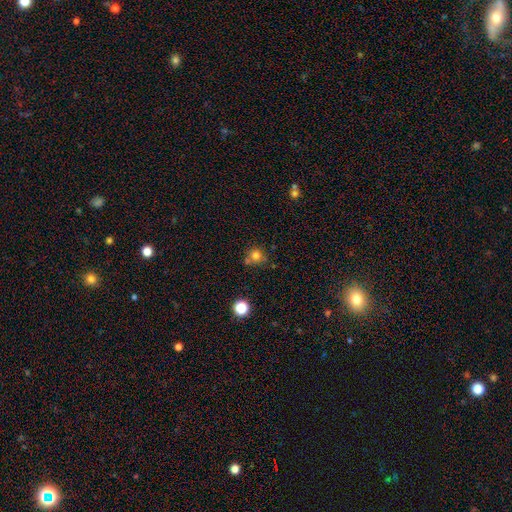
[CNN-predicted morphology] Smooth or featured: smooth — 75% (star or artifact — 15%)
How rounded: round — 91% (in between — 8%)
Merging: none — 63% (merger — 21%)